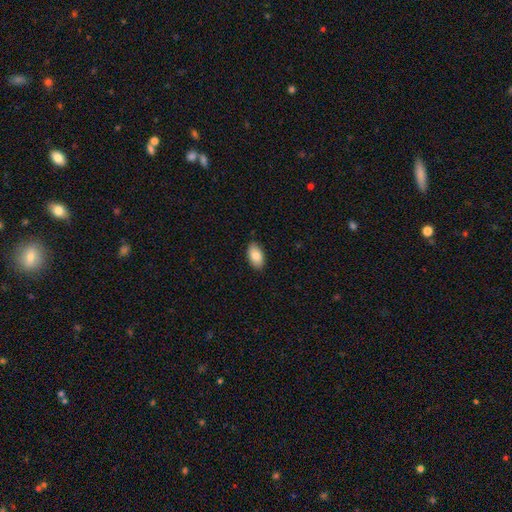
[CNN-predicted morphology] This is clearly a smooth galaxy (85%). How rounded: clearly in between (94%). Merging: clearly none (88%).